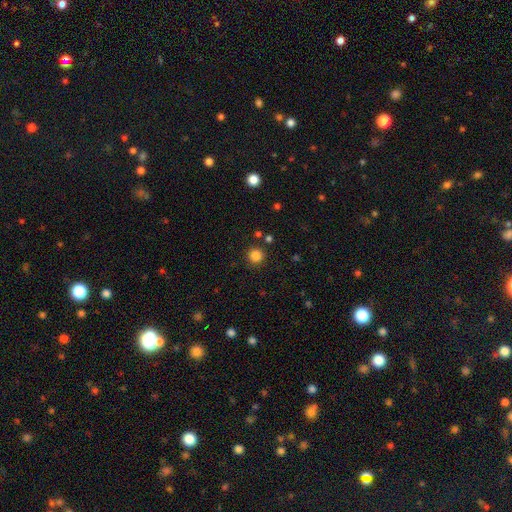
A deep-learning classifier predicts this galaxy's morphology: This is clearly a smooth galaxy (84%). How rounded: clearly round (95%). Merging: clearly none (88%).